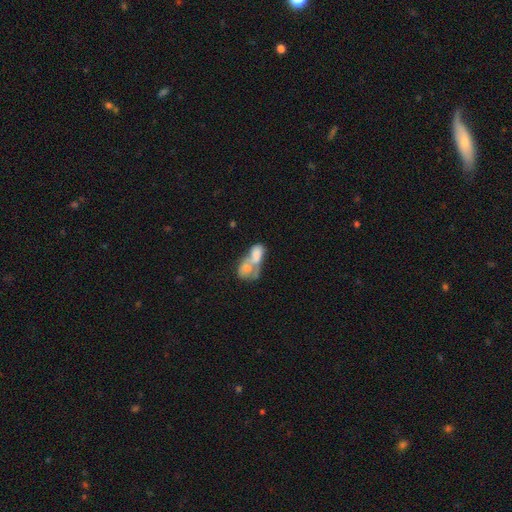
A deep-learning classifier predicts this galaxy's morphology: Smooth or featured: smooth — 69% (featured or disk — 24%)
How rounded: in between — 78% (round — 19%)
Merging: merger — 79% (none — 10%)